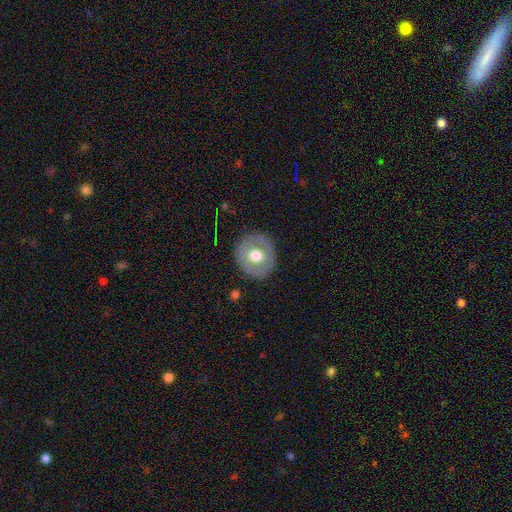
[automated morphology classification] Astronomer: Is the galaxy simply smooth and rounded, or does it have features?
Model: smooth — 52% (runner-up: featured or disk, 42%).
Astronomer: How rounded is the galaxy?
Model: round — 85%.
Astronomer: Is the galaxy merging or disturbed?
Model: none — 86%.